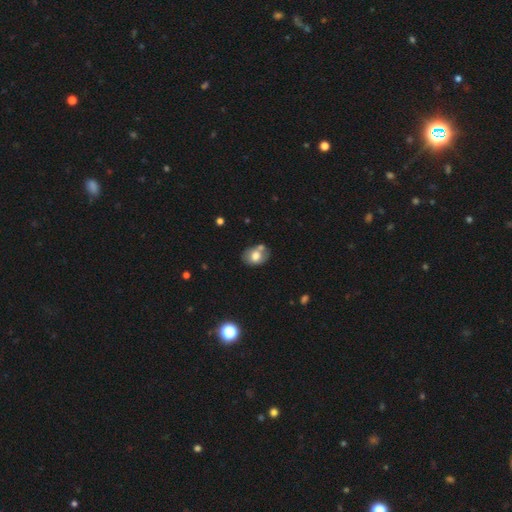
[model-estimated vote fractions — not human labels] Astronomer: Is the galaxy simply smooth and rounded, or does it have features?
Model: smooth — 68%.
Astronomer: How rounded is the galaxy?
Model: in between — 69%.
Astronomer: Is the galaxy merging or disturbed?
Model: none — 53%.